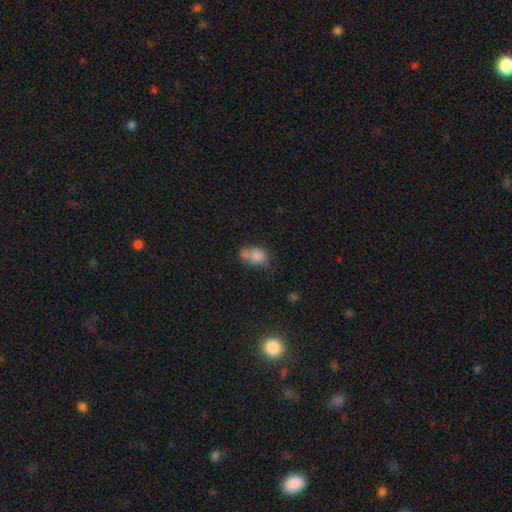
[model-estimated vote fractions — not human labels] The model was most divided on "merging": none: 33%, minor disturbance: 29%, merger: 22%, major disturbance: 15%. More confident: smooth or featured — smooth (77%); how rounded — in between (74%).